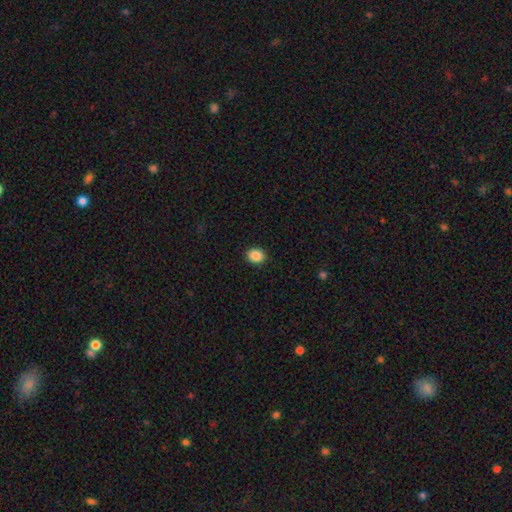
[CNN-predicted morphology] A smooth galaxy with no disk features (88%) that is round (66%).

Vote fractions:
- Smooth or featured? smooth: 88% / star or artifact: 9% / featured or disk: 3%
- How rounded? round: 66% / in between: 33% / cigar-shaped: 1%
- Merging? none: 91% / minor disturbance: 6% / major disturbance: 2% / merger: 1%